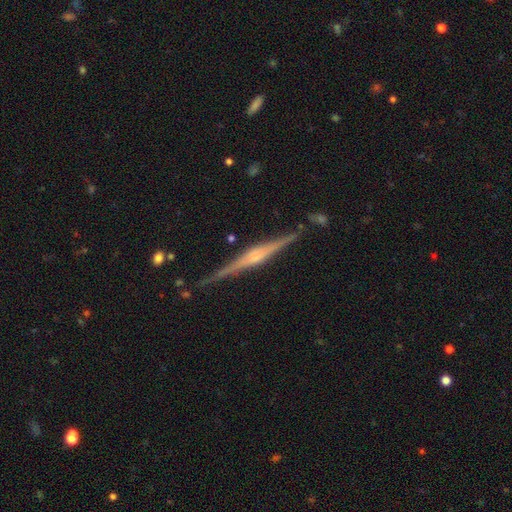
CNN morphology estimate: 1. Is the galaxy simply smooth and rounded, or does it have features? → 83% featured or disk, 11% smooth, 6% star or artifact.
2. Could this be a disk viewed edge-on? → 98% yes, 2% no.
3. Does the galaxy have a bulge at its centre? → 65% rounded, 24% boxy, 11% none.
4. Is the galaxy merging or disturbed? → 87% none, 9% minor disturbance, 2% major disturbance, 2% merger.